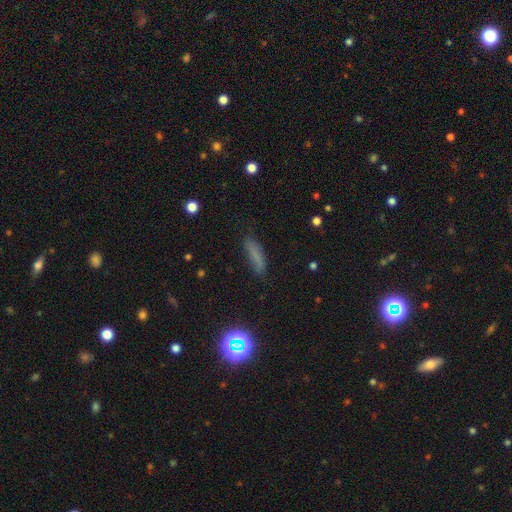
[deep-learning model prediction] This appears to be a smooth galaxy with no disk features (72%) that is cigar-shaped (70%). Merging: none (72%).